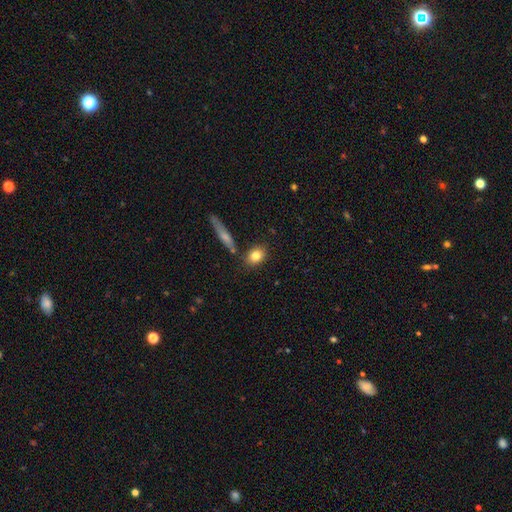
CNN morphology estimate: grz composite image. It shows a smooth galaxy with no disk features (81%) that is in between round and cigar-shaped (60%). Merging: none (78%).